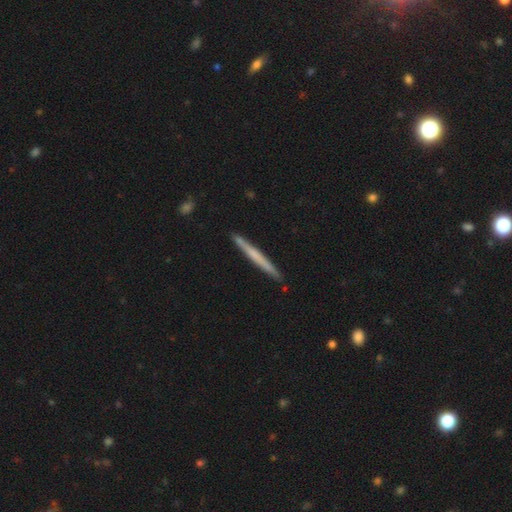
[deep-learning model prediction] Smooth or featured? Predicted: smooth (p=0.49). Merging? Predicted: none (p=0.90).